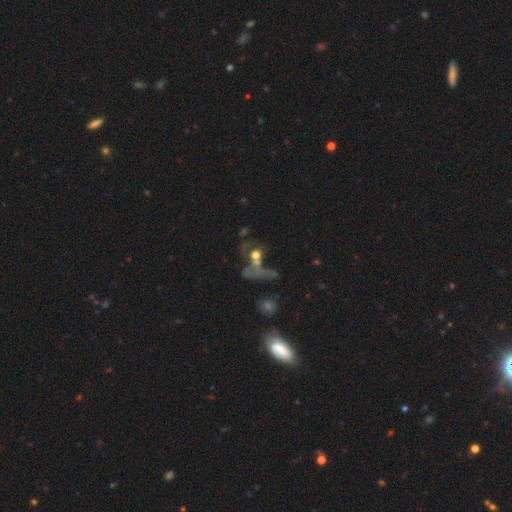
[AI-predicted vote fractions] smooth 47%, featured or disk 33%, star or artifact 20%. Down the decision tree: merging — merger (38%).